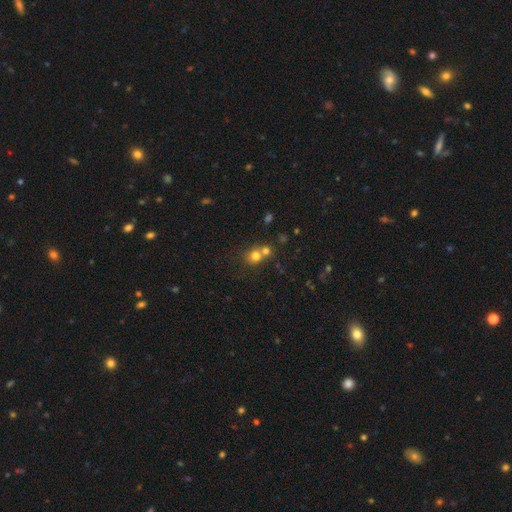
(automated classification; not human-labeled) Smooth or featured: smooth — 74% (star or artifact — 15%)
How rounded: round — 79% (in between — 20%)
Merging: merger — 48% (none — 42%)